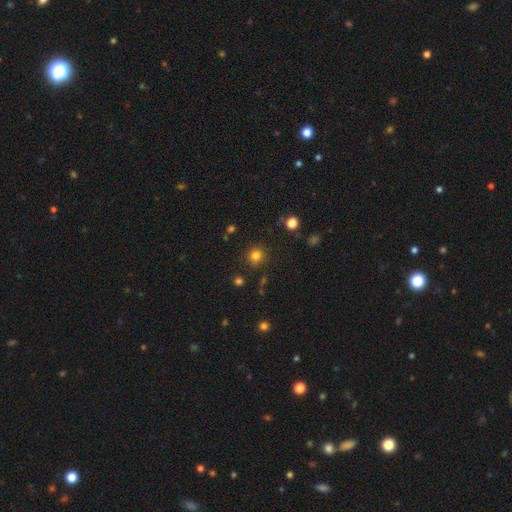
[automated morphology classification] A smooth galaxy with no disk features (81%) that is round (89%).

Vote fractions:
- Smooth or featured? smooth: 81% / star or artifact: 14% / featured or disk: 5%
- How rounded? round: 89% / in between: 10% / cigar-shaped: 1%
- Merging? none: 87% / minor disturbance: 8% / major disturbance: 3% / merger: 2%